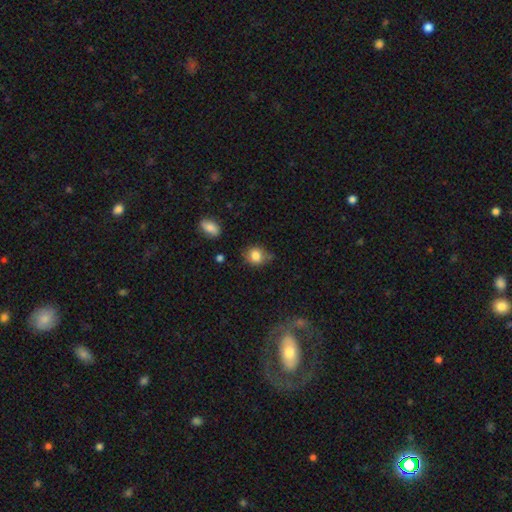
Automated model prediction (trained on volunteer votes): This is clearly a smooth galaxy (81%). How rounded: likely round (62%). Merging: possibly none (60%).